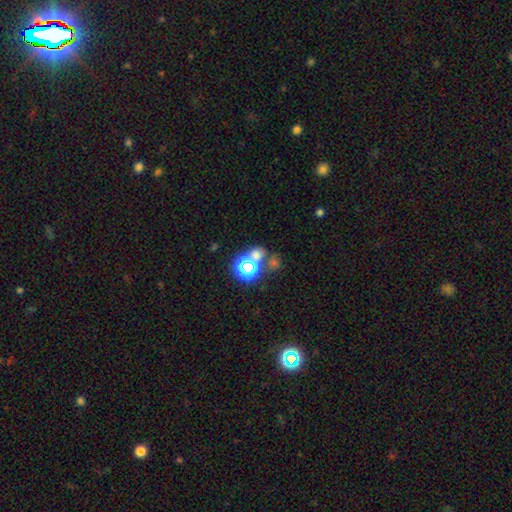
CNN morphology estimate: smooth 51%, star or artifact 38%, featured or disk 11%. Down the decision tree: how rounded — round (71%); merging — none (49%).